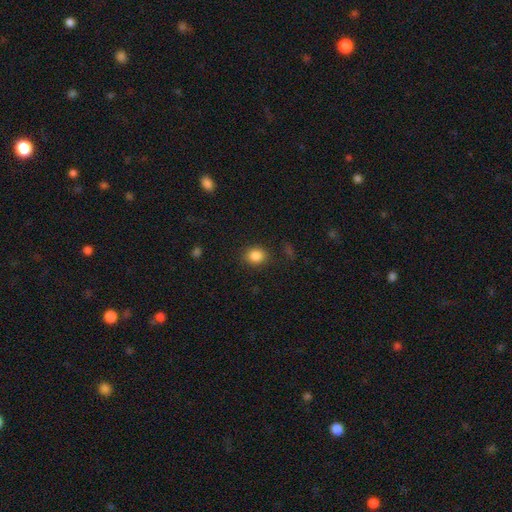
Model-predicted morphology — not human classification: smooth-or-featured: smooth: 85% | star or artifact: 10% | featured or disk: 5%
  how-rounded: round: 66% | in between: 33% | cigar-shaped: 1%
  merging: none: 87% | minor disturbance: 9% | major disturbance: 3% | merger: 1%